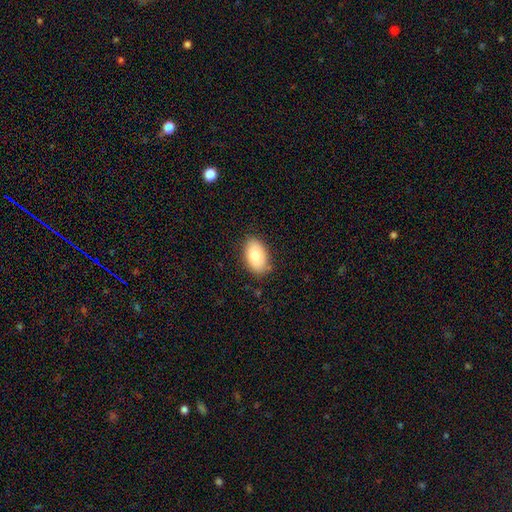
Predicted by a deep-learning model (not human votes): The model was most divided on "merging": none: 81%, minor disturbance: 15%, major disturbance: 3%, merger: 1%. More confident: how rounded — in between (94%); smooth or featured — smooth (86%).